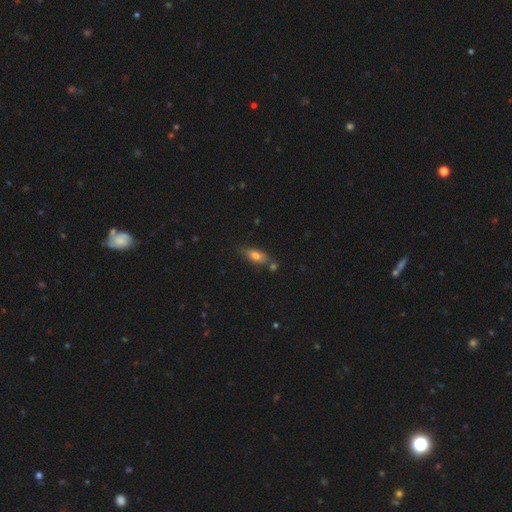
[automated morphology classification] smooth-or-featured: smooth: 70% | featured or disk: 21% | star or artifact: 9%
  how-rounded: in between: 68% | cigar-shaped: 29% | round: 4%
  merging: none: 66% | minor disturbance: 17% | merger: 13% | major disturbance: 4%